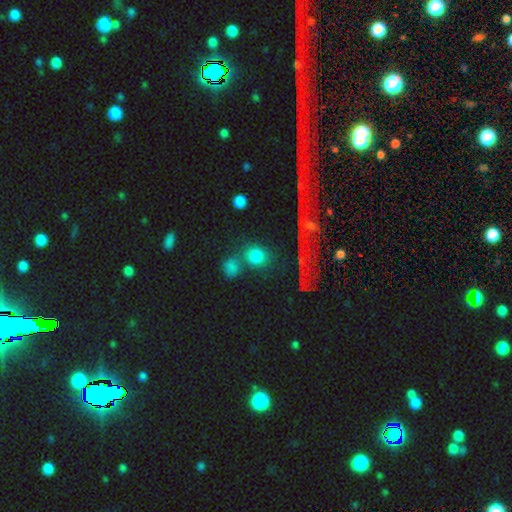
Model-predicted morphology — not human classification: Overall: smooth (74%). How rounded: round (78%). Merging: none (61%; merger 22%).